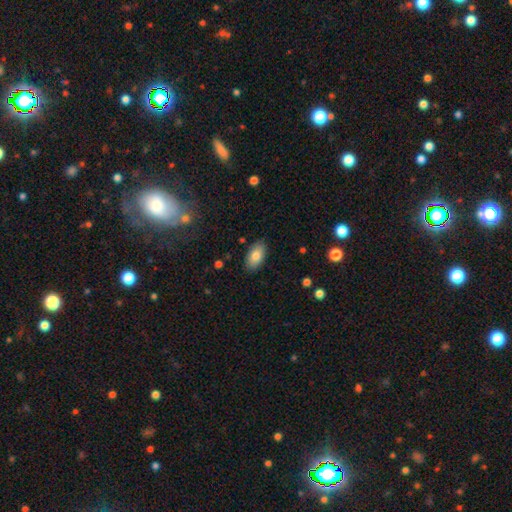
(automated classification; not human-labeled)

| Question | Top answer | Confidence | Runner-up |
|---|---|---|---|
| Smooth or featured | smooth | 82% | featured or disk (11%) |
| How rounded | in between | 94% | round (4%) |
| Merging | none | 87% | minor disturbance (10%) |